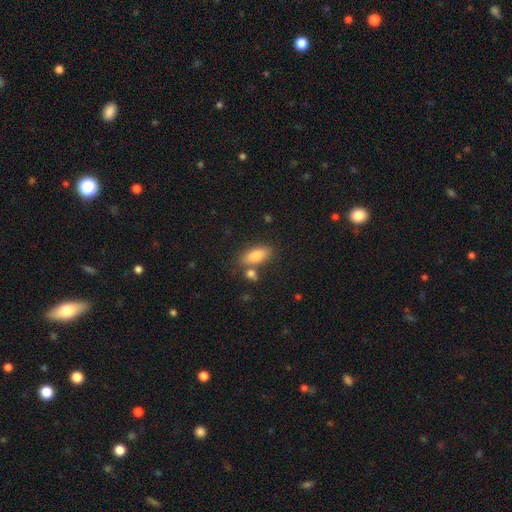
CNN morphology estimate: smooth 84%, featured or disk 9%, star or artifact 7%. Down the decision tree: how rounded — in between (84%); merging — none (68%).